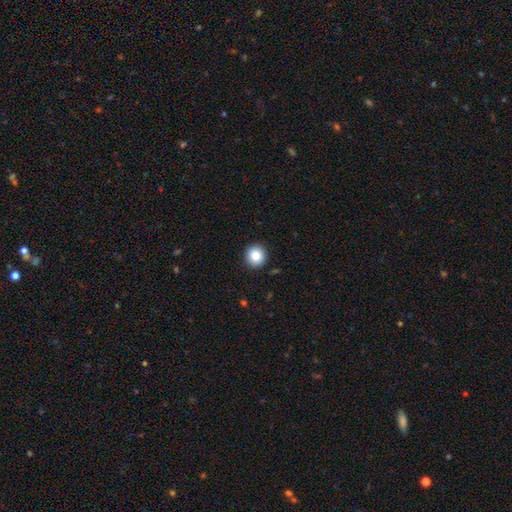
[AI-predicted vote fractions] This appears to be a smooth galaxy with no disk features (82%) that is round (93%). Merging: none (93%).